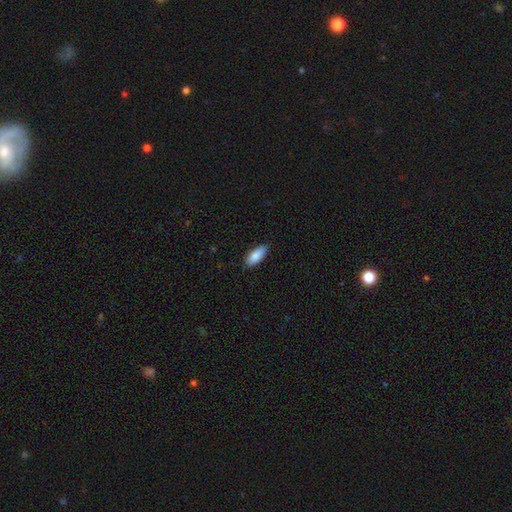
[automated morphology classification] This appears to be a smooth galaxy with no disk features (86%) that is in between round and cigar-shaped (81%). Merging: none (85%).